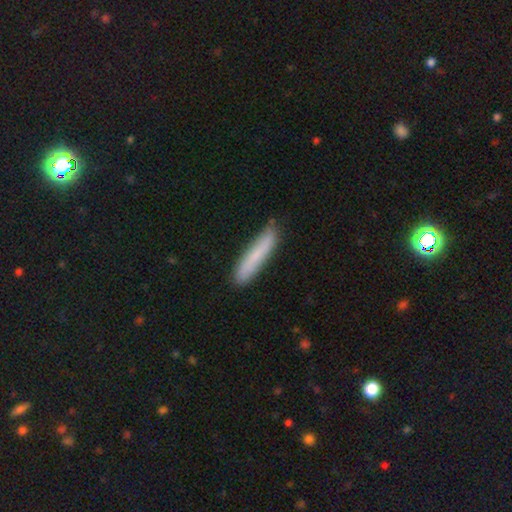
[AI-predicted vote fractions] smooth_or_featured: smooth (p=0.74) [alt: featured or disk p=0.20]
how_rounded: cigar-shaped (p=0.91) [alt: in between p=0.08]
merging: none (p=0.82) [alt: minor disturbance p=0.14]